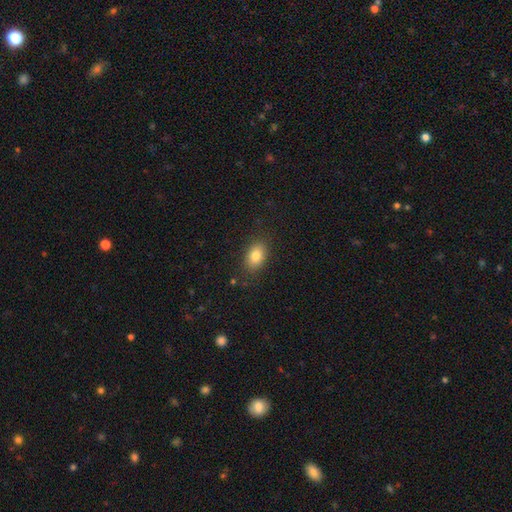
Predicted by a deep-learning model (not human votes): smooth 82%, star or artifact 9%, featured or disk 9%. Down the decision tree: how rounded — in between (83%); merging — none (84%).